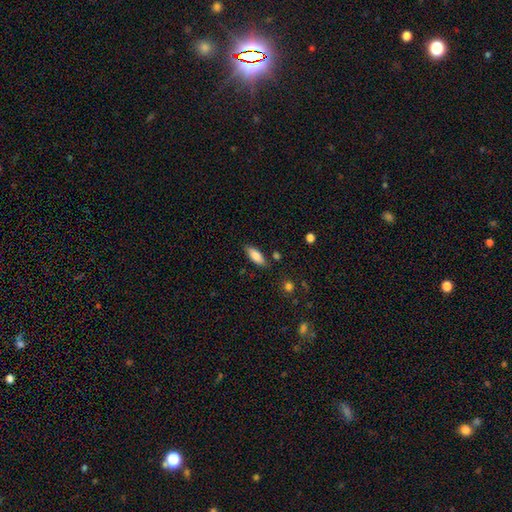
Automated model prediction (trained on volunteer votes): Smooth or featured: smooth — 81% (featured or disk — 12%)
How rounded: in between — 74% (cigar-shaped — 24%)
Merging: none — 83% (minor disturbance — 12%)